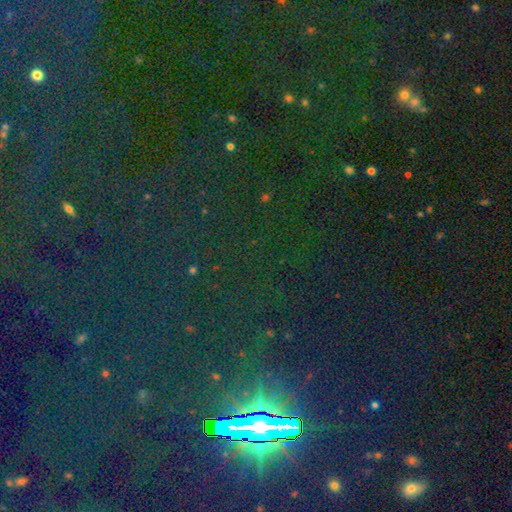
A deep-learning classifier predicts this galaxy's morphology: Smooth or featured?
  - star or artifact: 84% *
  - smooth: 9%
  - featured or disk: 7%